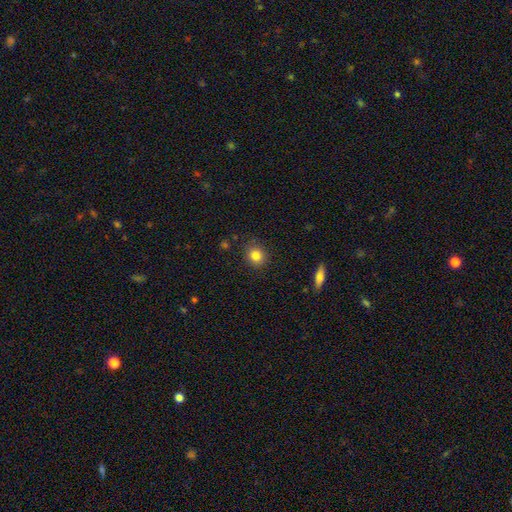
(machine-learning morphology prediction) Smooth or featured?
  - smooth: 82% *
  - star or artifact: 11%
  - featured or disk: 7%
How rounded?
  - round: 78% *
  - in between: 21%
  - cigar-shaped: 1%
Merging?
  - none: 88% *
  - minor disturbance: 8%
  - major disturbance: 2%
  - merger: 1%